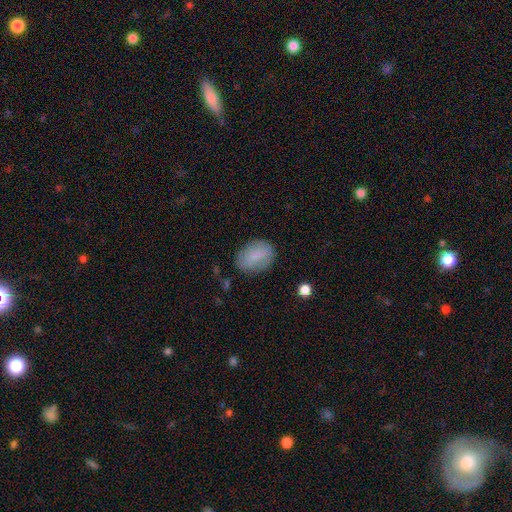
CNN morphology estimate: Smooth or featured? Predicted: smooth (p=0.79). How rounded? Predicted: in between (p=0.81). Merging? Predicted: none (p=0.80).